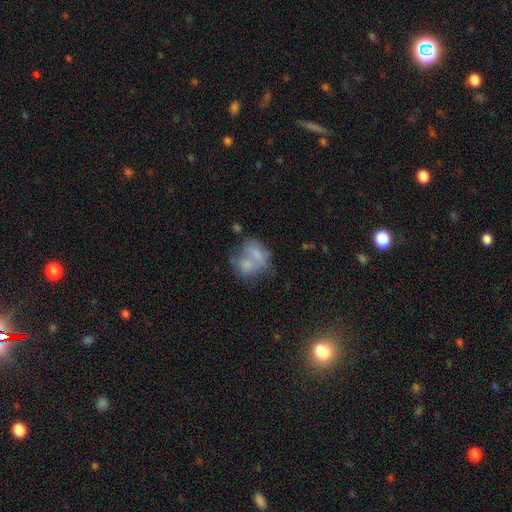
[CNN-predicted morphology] Smooth or featured?
  - smooth: 63% *
  - featured or disk: 27%
  - star or artifact: 10%
How rounded?
  - in between: 50% *
  - round: 48%
  - cigar-shaped: 2%
Merging?
  - merger: 56% *
  - none: 22%
  - minor disturbance: 12%
  - major disturbance: 10%